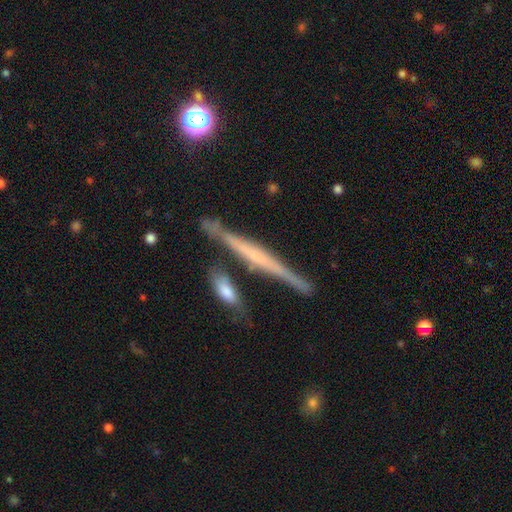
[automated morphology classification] featured or disk 70%, smooth 24%, star or artifact 7%. Down the decision tree: edge-on disk — yes (96%); edge-on bulge — none (55%); merging — none (76%).